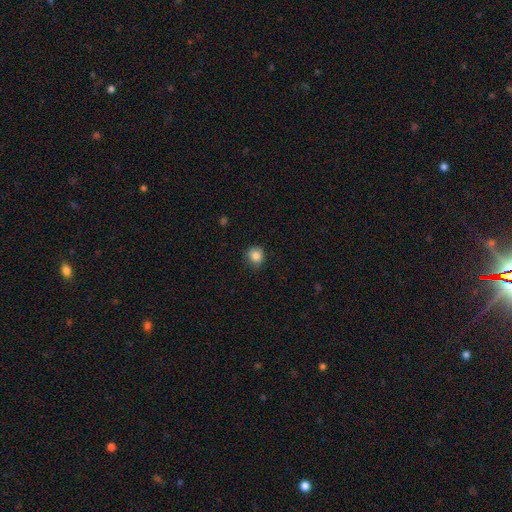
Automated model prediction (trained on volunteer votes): smooth_or_featured: smooth (p=0.85) [alt: star or artifact p=0.10]
how_rounded: round (p=0.84) [alt: in between p=0.15]
merging: none (p=0.75) [alt: minor disturbance p=0.20]